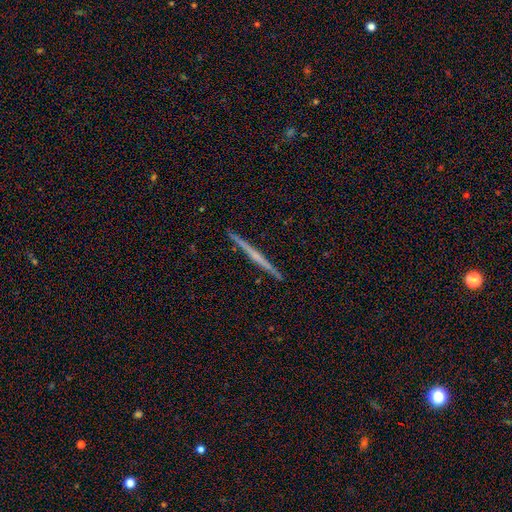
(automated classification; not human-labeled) This is likely a featured or disk galaxy (66%). It is clearly viewed edge-on (98%). Edge-on bulge: likely none (69%). Merging: clearly none (93%).